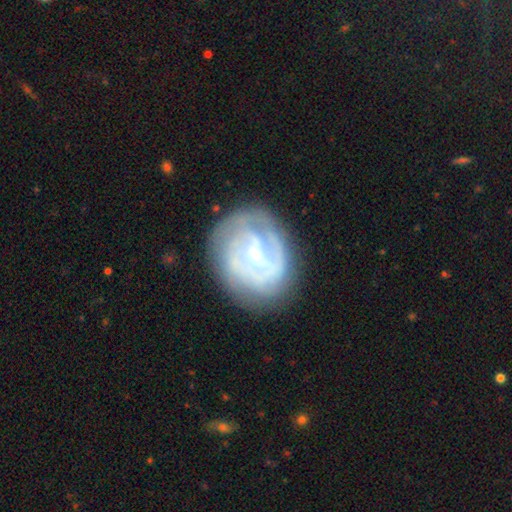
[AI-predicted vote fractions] featured or disk 81%, smooth 14%, star or artifact 6%. Down the decision tree: edge-on disk — no (97%); bar — weak (41%, tied with no); spiral arms — yes (85%); spiral arm count — can't tell (34%, tied with 2); spiral winding — tight (58%); bulge size — small (74%); merging — none (73%).